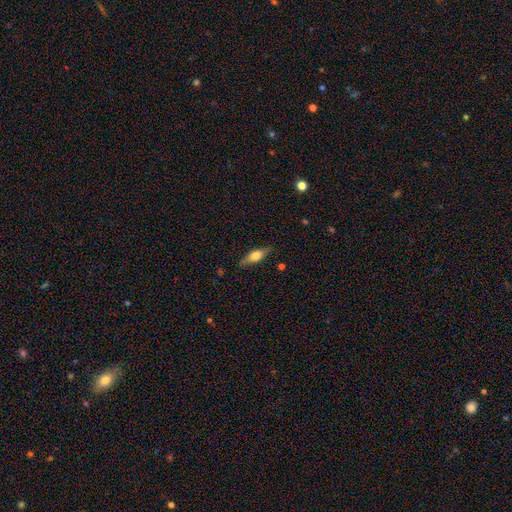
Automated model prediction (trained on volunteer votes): Q: Smooth or featured?
A: smooth (51%); runner-up: featured or disk (42%)
Q: How rounded?
A: in between (54%); runner-up: cigar-shaped (42%)
Q: Merging?
A: none (80%); runner-up: minor disturbance (15%)